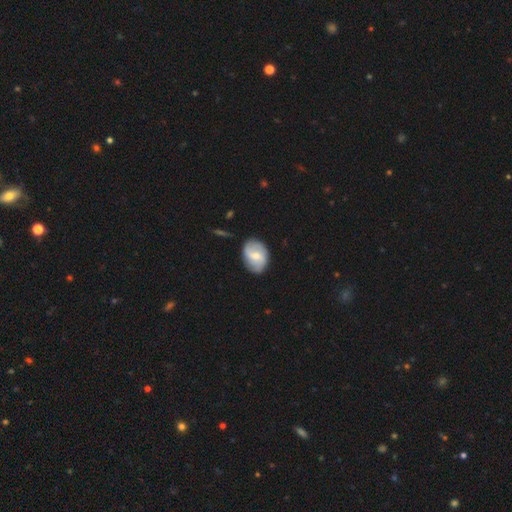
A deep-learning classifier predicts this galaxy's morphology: A featured or disk galaxy (57%) with a weak bar (55%), spiral arms (82%) and a small central bulge (48%). Merging: none (80%).